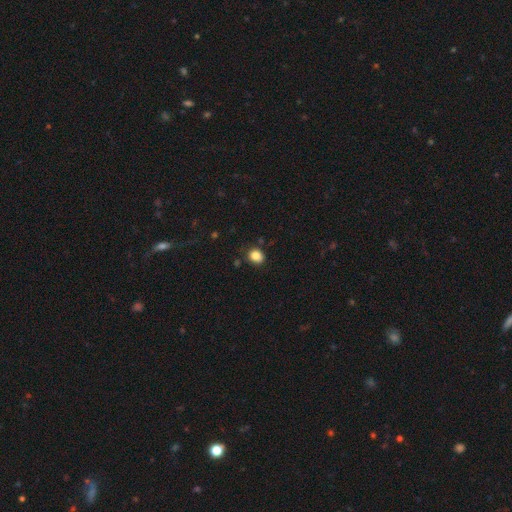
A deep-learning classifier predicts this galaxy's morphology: A smooth galaxy with no disk features (85%) that is round (61%). Merging: none (82%).